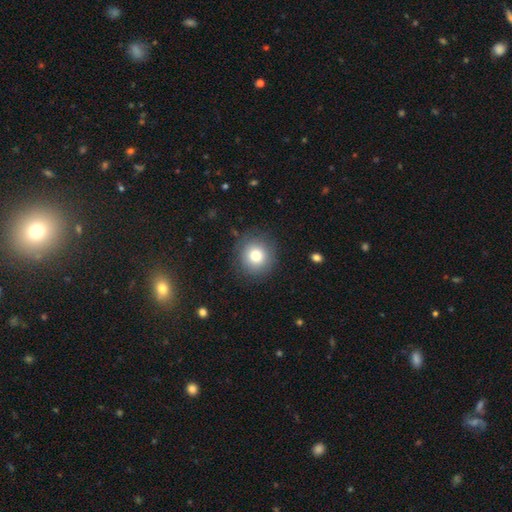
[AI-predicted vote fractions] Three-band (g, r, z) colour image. It shows a smooth galaxy with no disk features (78%) that is round (91%). Merging: none (87%).